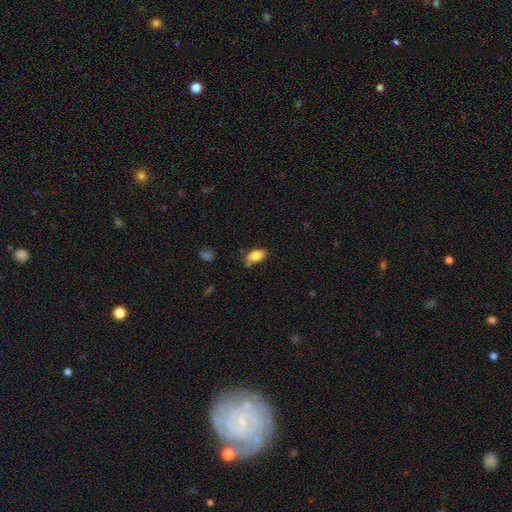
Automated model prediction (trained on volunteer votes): Smooth or featured? smooth (83%)
How rounded? in between (89%)
Merging? none (72%)